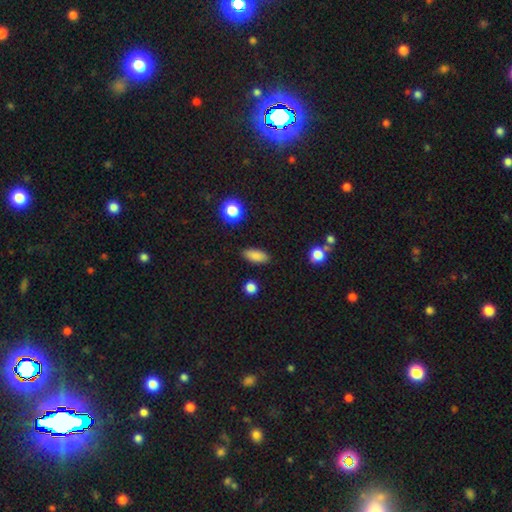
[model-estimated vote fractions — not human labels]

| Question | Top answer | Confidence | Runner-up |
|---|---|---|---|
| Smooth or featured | smooth | 86% | star or artifact (9%) |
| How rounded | in between | 80% | cigar-shaped (15%) |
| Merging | none | 89% | minor disturbance (8%) |